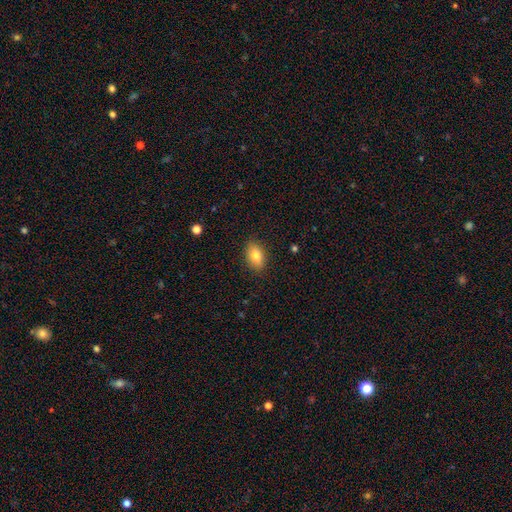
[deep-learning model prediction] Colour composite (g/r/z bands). It shows a smooth galaxy with no disk features (80%) that is in between round and cigar-shaped (87%). Merging: none (88%).